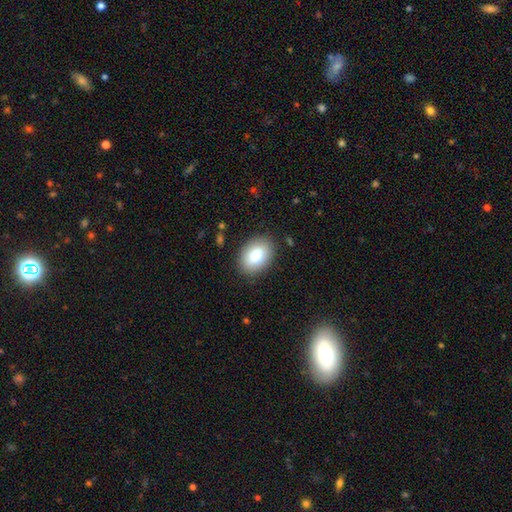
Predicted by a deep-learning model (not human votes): Smooth or featured? Predicted: smooth (p=0.86). How rounded? Predicted: in between (p=0.86). Merging? Predicted: none (p=0.86).